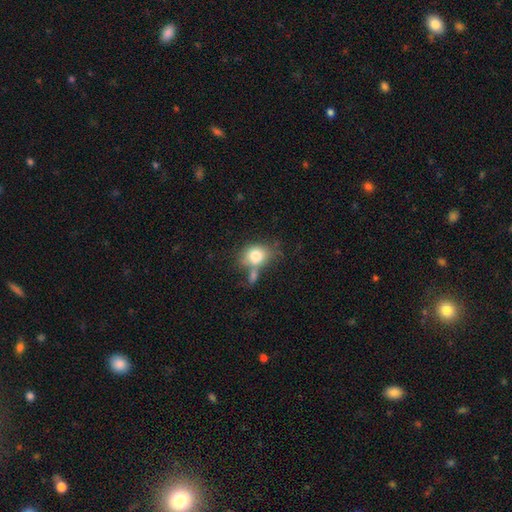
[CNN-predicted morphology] The model was most divided on "how rounded": in between: 51%, round: 47%, cigar-shaped: 1%. Remaining: smooth or featured — smooth (77%); merging — none (44%).